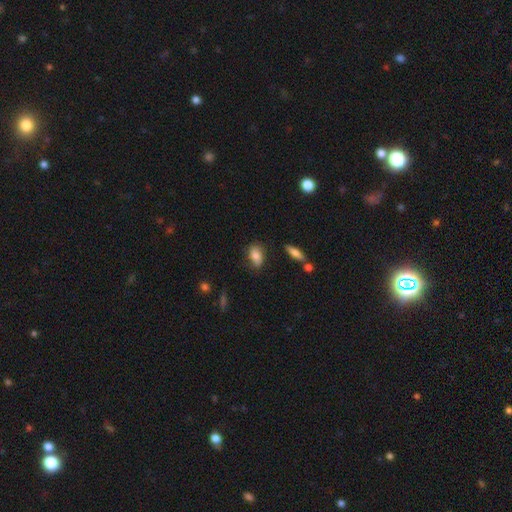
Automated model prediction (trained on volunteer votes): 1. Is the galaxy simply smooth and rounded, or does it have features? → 79% smooth, 13% featured or disk, 8% star or artifact.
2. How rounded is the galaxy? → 85% in between, 11% round, 4% cigar-shaped.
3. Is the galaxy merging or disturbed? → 70% none, 23% minor disturbance, 5% major disturbance, 3% merger.